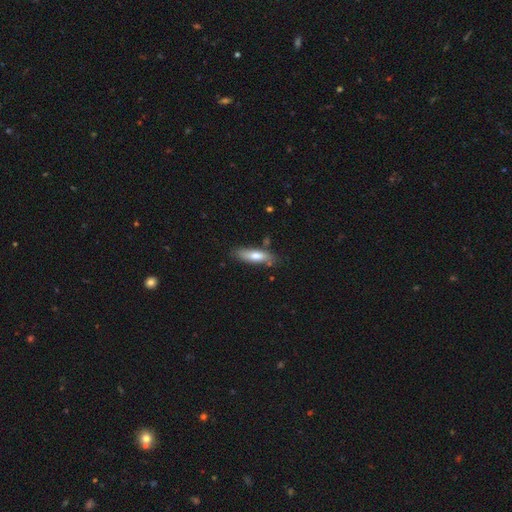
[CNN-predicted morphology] smooth_or_featured: smooth (p=0.69) [alt: featured or disk p=0.25]
how_rounded: cigar-shaped (p=0.54) [alt: in between p=0.44]
merging: none (p=0.77) [alt: minor disturbance p=0.16]